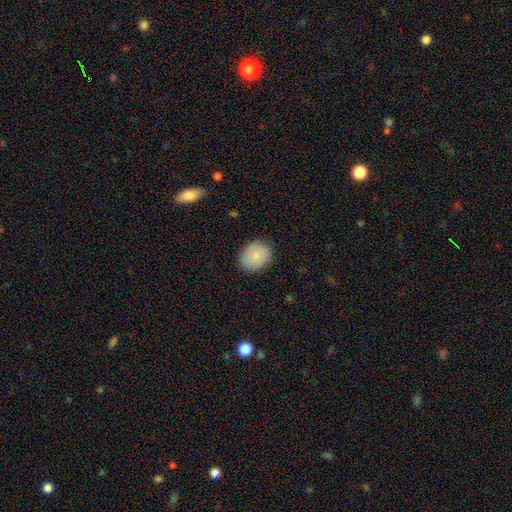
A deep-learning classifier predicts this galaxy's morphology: smooth_or_featured: smooth (p=0.85) [alt: featured or disk p=0.09]
how_rounded: round (p=0.54) [alt: in between p=0.45]
merging: none (p=0.84) [alt: minor disturbance p=0.13]